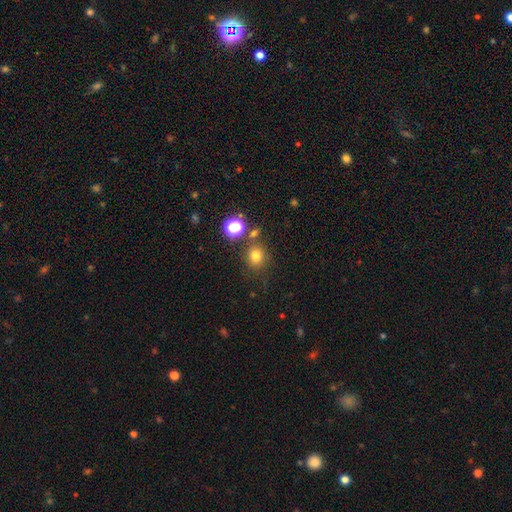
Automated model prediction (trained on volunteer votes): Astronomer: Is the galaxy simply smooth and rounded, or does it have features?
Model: smooth — 75%.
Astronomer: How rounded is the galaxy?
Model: round — 84%.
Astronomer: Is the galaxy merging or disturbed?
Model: none — 76%.